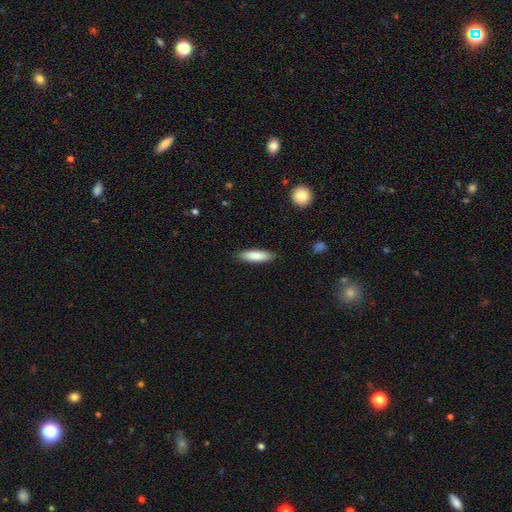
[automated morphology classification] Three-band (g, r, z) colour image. It shows a smooth galaxy with no disk features (84%) that is cigar-shaped (61%). Merging: none (88%).